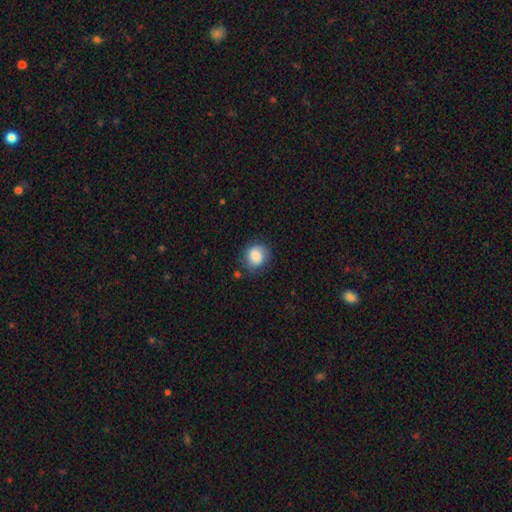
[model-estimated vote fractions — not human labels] smooth 83%, featured or disk 9%, star or artifact 8%. Down the decision tree: how rounded — round (71%); merging — none (76%).